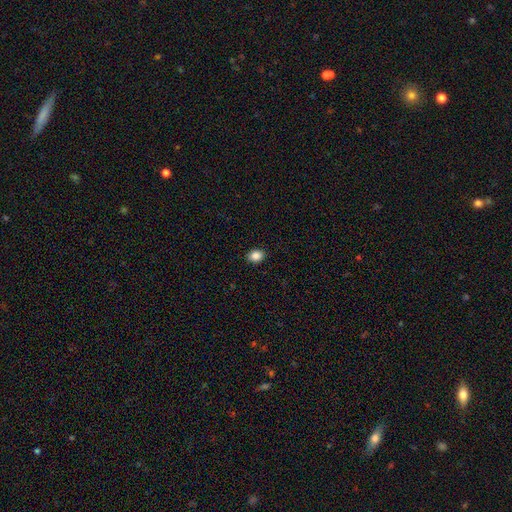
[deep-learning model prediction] Smooth or featured?
  - smooth: 87% *
  - star or artifact: 9%
  - featured or disk: 4%
How rounded?
  - in between: 59% *
  - round: 40%
  - cigar-shaped: 1%
Merging?
  - none: 91% *
  - minor disturbance: 7%
  - major disturbance: 2%
  - merger: 1%